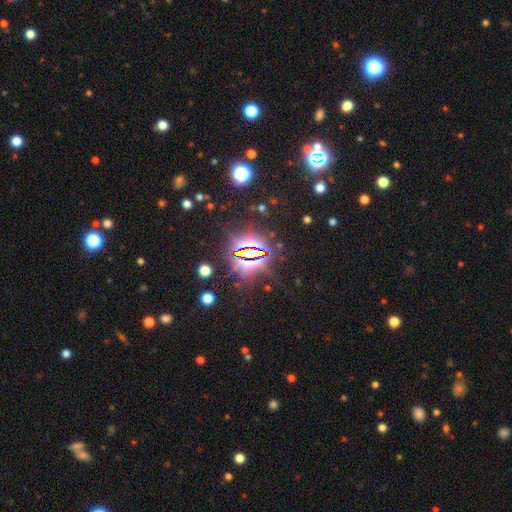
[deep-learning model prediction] Q: Smooth or featured?
A: star or artifact (82%); runner-up: smooth (10%)